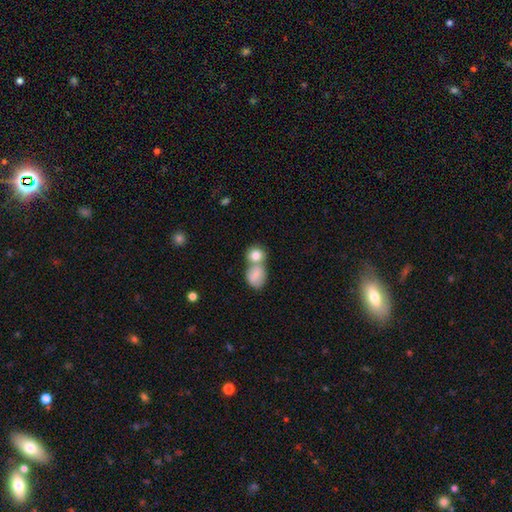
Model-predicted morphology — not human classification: Smooth or featured?
  - smooth: 80% *
  - featured or disk: 12%
  - star or artifact: 7%
How rounded?
  - round: 70% *
  - in between: 28%
  - cigar-shaped: 1%
Merging?
  - merger: 59% *
  - none: 31%
  - minor disturbance: 7%
  - major disturbance: 3%